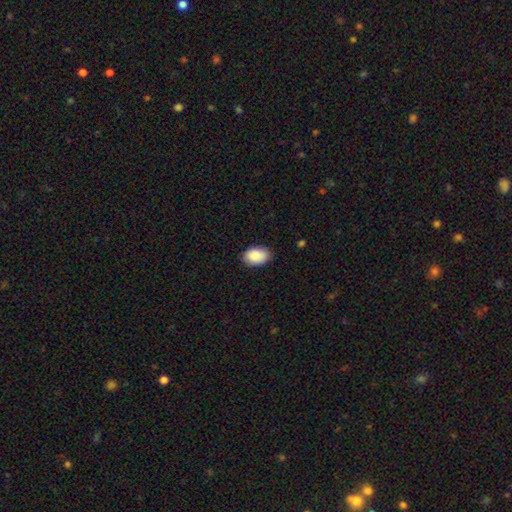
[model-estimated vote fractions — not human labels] smooth 90%, star or artifact 6%, featured or disk 4%. Down the decision tree: how rounded — in between (90%); merging — none (84%).